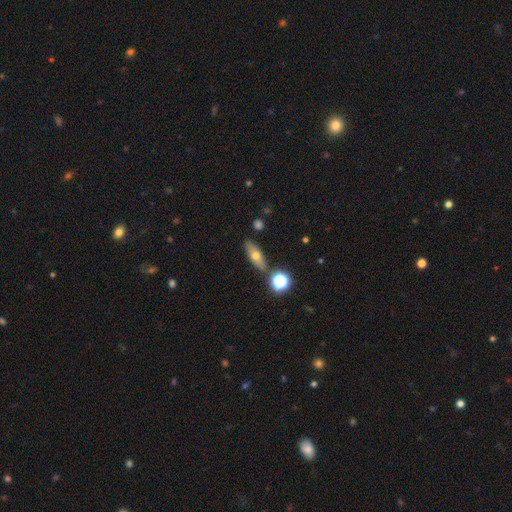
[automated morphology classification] This appears to be a smooth galaxy with no disk features (59%) that is in between round and cigar-shaped (59%). Merging: none (82%).